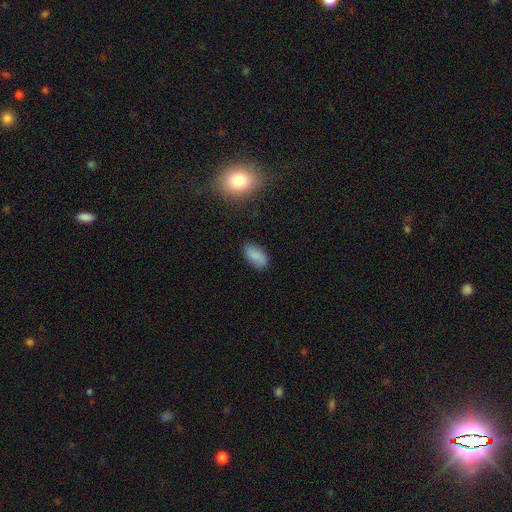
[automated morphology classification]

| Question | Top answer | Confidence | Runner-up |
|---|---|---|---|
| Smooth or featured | smooth | 83% | star or artifact (9%) |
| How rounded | in between | 93% | cigar-shaped (4%) |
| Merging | none | 81% | minor disturbance (14%) |